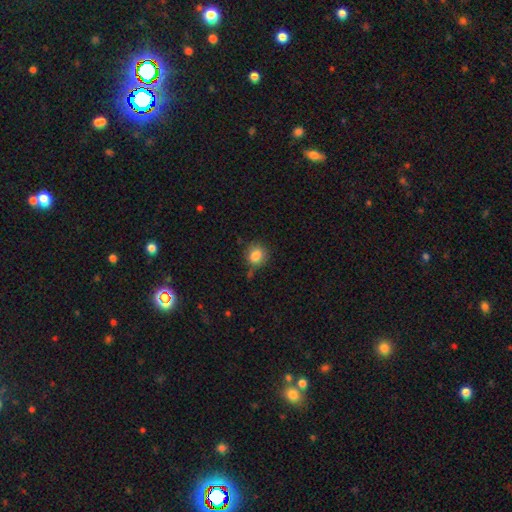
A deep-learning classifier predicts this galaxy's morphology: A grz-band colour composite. It shows a smooth galaxy with no disk features (84%) that is round (78%). Merging: none (76%).